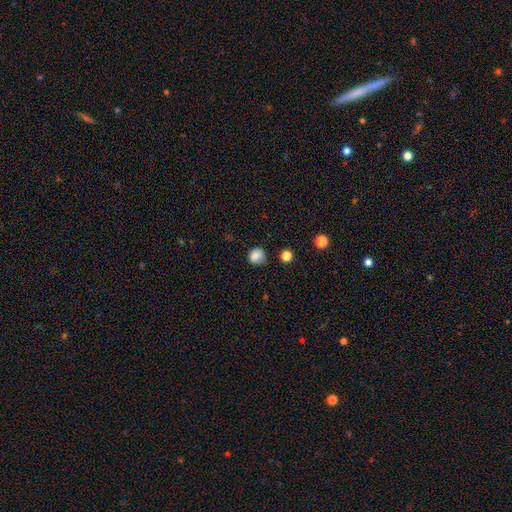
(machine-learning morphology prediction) smooth-or-featured: smooth: 82% | star or artifact: 11% | featured or disk: 7%
  how-rounded: round: 71% | in between: 28% | cigar-shaped: 1%
  merging: none: 64% | minor disturbance: 26% | major disturbance: 7% | merger: 3%